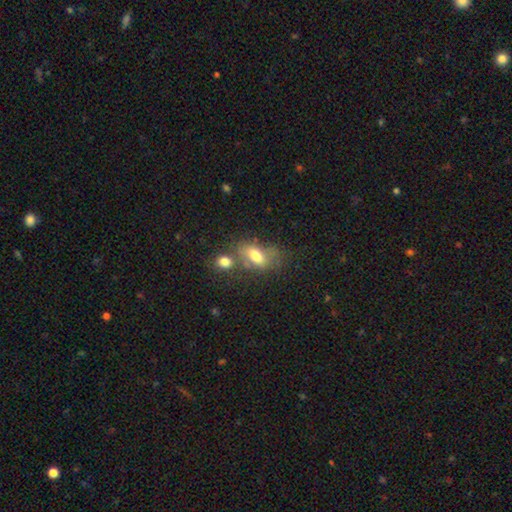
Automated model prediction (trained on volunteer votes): Overall: smooth (71%). How rounded: in between (87%). Merging: none (41%; merger 29%).